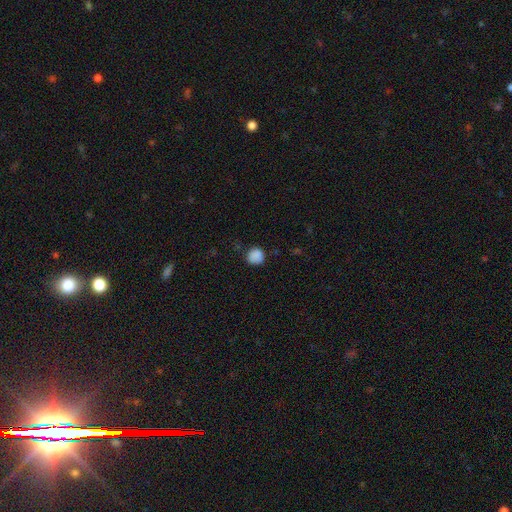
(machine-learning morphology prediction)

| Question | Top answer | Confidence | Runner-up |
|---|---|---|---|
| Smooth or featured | smooth | 86% | star or artifact (10%) |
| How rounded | round | 90% | in between (9%) |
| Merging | none | 78% | minor disturbance (17%) |